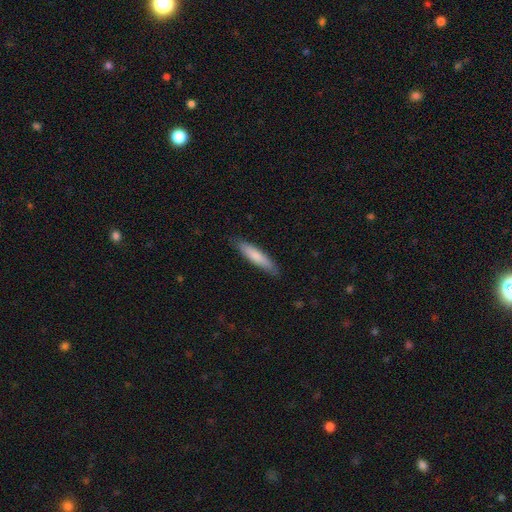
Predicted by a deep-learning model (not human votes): Morphology: type=smooth (78%); roundness=cigar-shaped (84%); merging=none (86%).